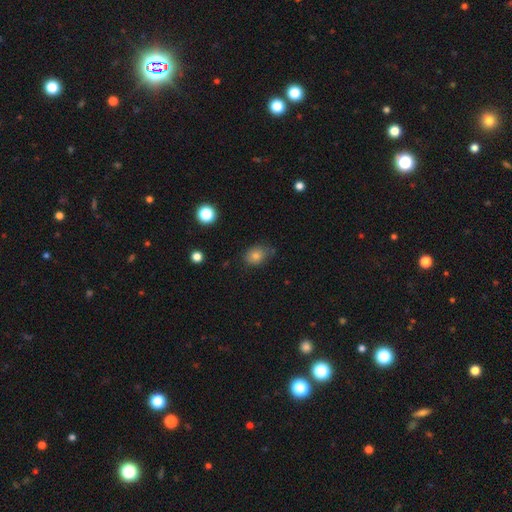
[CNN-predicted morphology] This appears to be a smooth galaxy with no disk features (79%) that is in between round and cigar-shaped (52%). Merging: none (72%).